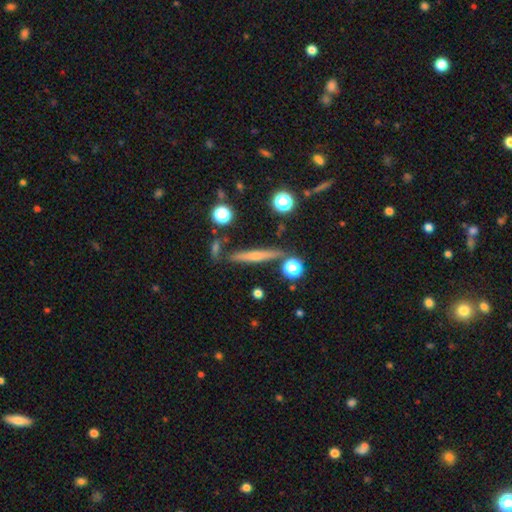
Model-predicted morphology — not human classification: smooth-or-featured: featured or disk: 47% | smooth: 43% | star or artifact: 9%
  merging: none: 79% | minor disturbance: 11% | merger: 6% | major disturbance: 3%